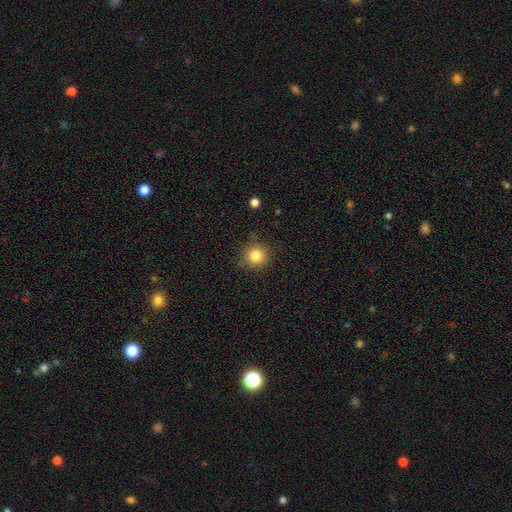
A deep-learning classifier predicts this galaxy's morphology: Smooth or featured? smooth (83%)
How rounded? round (93%)
Merging? none (86%)